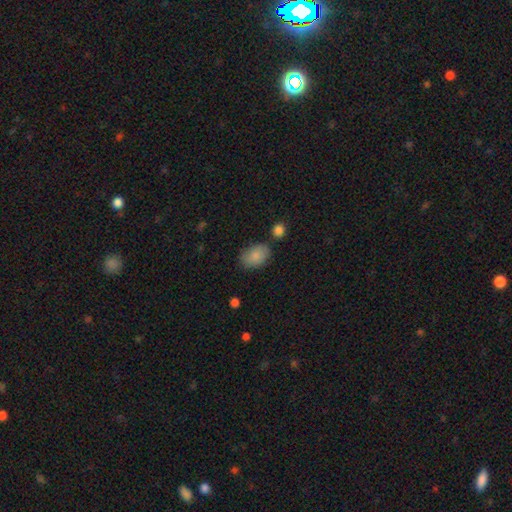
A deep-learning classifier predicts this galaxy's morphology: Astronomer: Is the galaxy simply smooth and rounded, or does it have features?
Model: smooth — 85%.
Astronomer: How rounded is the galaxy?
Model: in between — 85%.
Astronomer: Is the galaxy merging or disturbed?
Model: none — 70%.